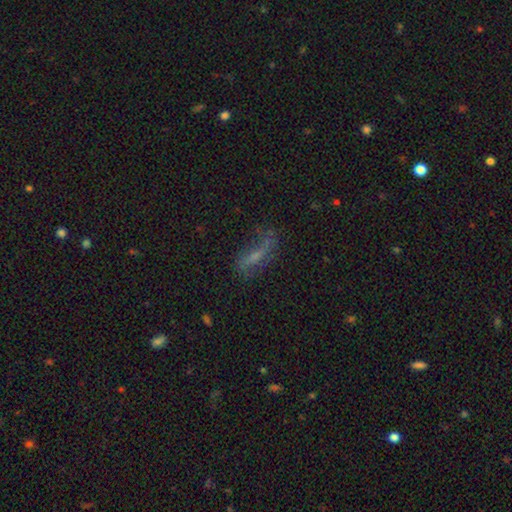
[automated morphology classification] featured or disk 51%, smooth 35%, star or artifact 14%. Down the decision tree: edge-on disk — no (75%); merging — none (54%).